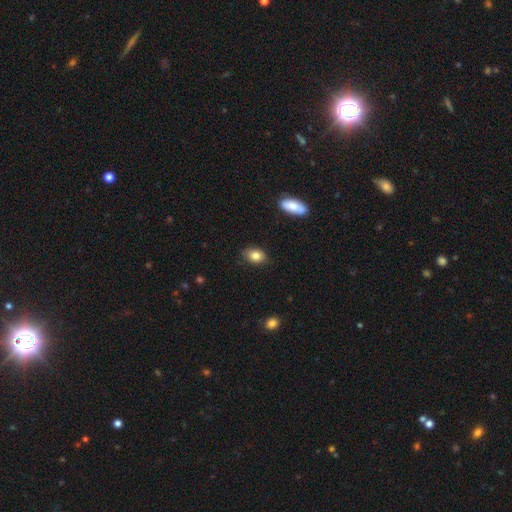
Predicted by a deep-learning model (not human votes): The model was most divided on "how rounded": in between: 79%, round: 20%, cigar-shaped: 2%. More confident: smooth or featured — smooth (84%); merging — none (81%).